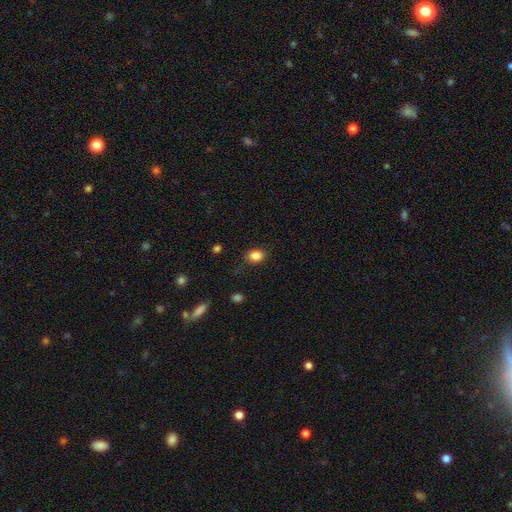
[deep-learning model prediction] This appears to be a smooth galaxy with no disk features (85%) that is in between round and cigar-shaped (61%). Merging: none (77%).